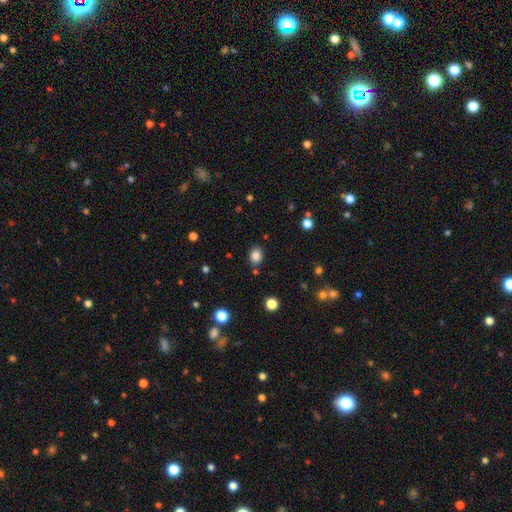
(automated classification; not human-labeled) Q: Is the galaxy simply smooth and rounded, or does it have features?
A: smooth — 84%.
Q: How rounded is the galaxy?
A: in between — 64%.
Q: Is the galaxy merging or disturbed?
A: none — 81%.